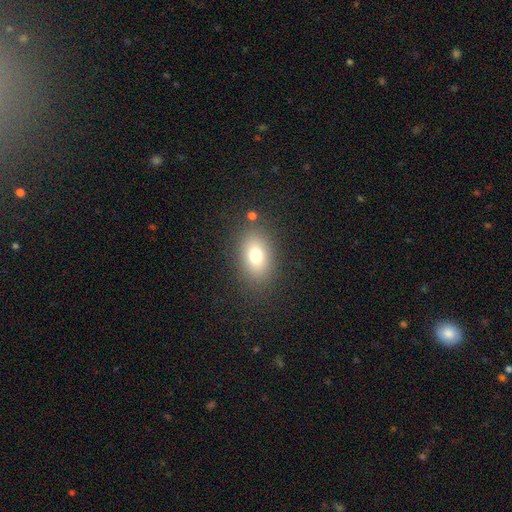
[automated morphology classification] This appears to be a smooth galaxy with no disk features (75%) that is in between round and cigar-shaped (81%). Merging: none (83%).